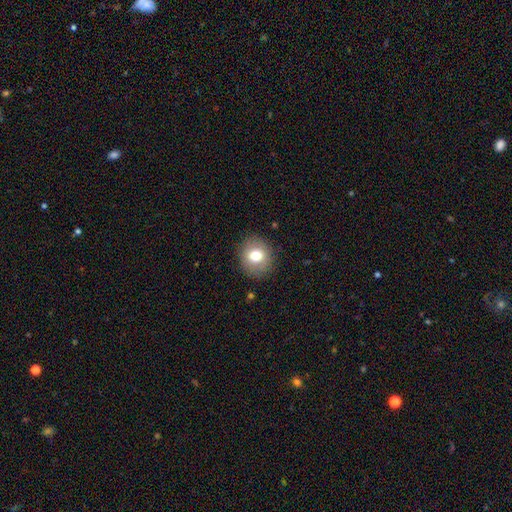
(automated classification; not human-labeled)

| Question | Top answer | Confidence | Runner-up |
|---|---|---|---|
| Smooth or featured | smooth | 75% | featured or disk (15%) |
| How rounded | round | 81% | in between (18%) |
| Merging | none | 88% | minor disturbance (8%) |